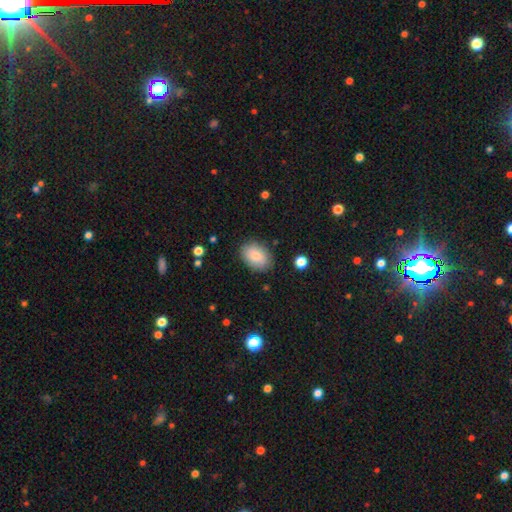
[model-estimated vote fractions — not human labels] Overall: smooth (83%). How rounded: in between (82%). Merging: none (84%).